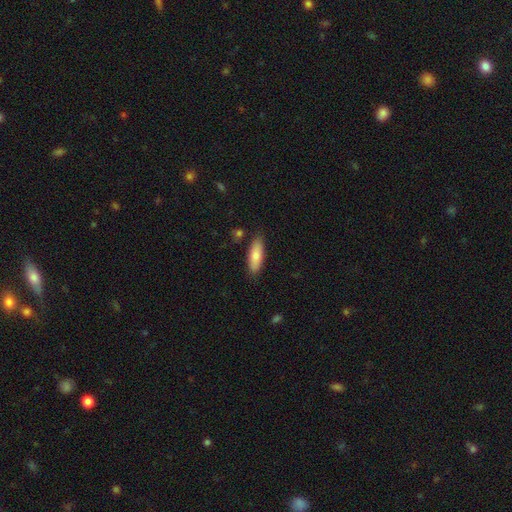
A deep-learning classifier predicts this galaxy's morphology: Smooth or featured?
  - smooth: 77% *
  - featured or disk: 17%
  - star or artifact: 6%
How rounded?
  - in between: 60% *
  - cigar-shaped: 38%
  - round: 2%
Merging?
  - none: 83% *
  - minor disturbance: 12%
  - merger: 2%
  - major disturbance: 2%